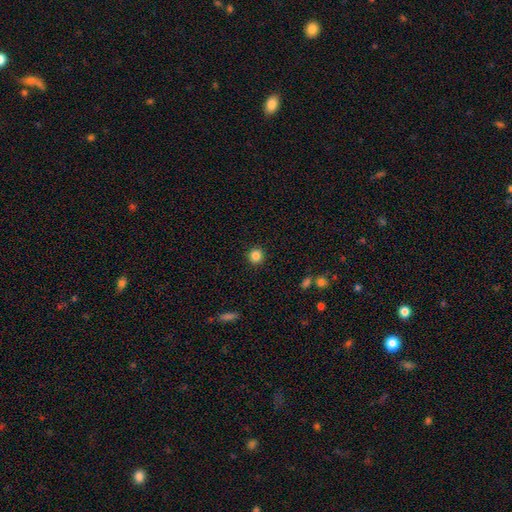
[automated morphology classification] smooth_or_featured: smooth (p=0.84) [alt: star or artifact p=0.11]
how_rounded: round (p=0.93) [alt: in between p=0.06]
merging: none (p=0.92) [alt: minor disturbance p=0.05]